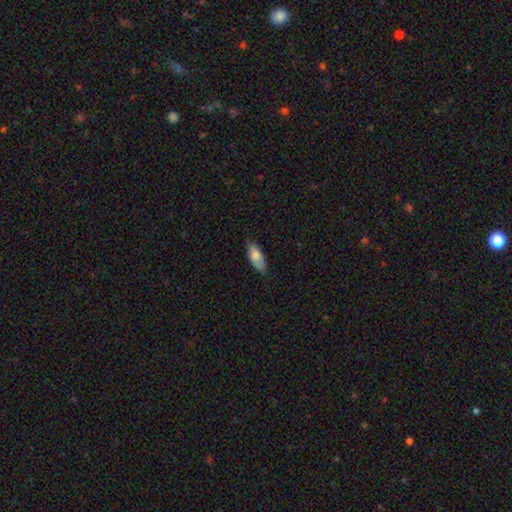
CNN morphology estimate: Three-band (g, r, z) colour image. It shows a smooth galaxy with no disk features (77%) that is in between round and cigar-shaped (79%). Merging: none (74%).